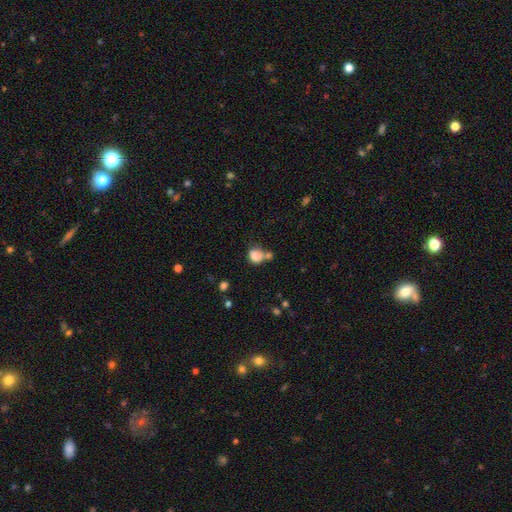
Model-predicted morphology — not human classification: Overall: smooth (82%). How rounded: round (71%). Merging: none (44%; merger 34%).